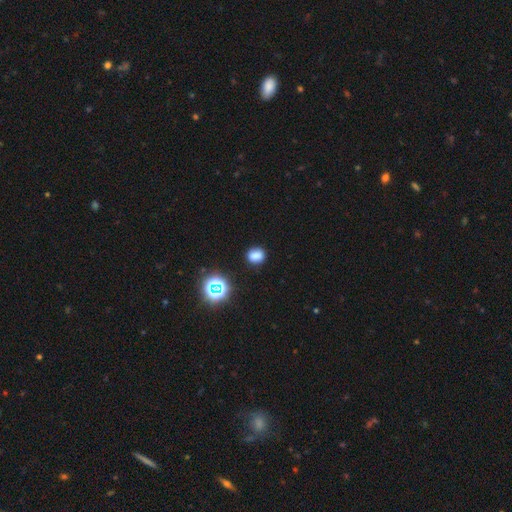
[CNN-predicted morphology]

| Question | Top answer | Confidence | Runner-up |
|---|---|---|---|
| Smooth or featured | smooth | 77% | star or artifact (17%) |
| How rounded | round | 56% | in between (42%) |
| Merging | none | 85% | minor disturbance (11%) |